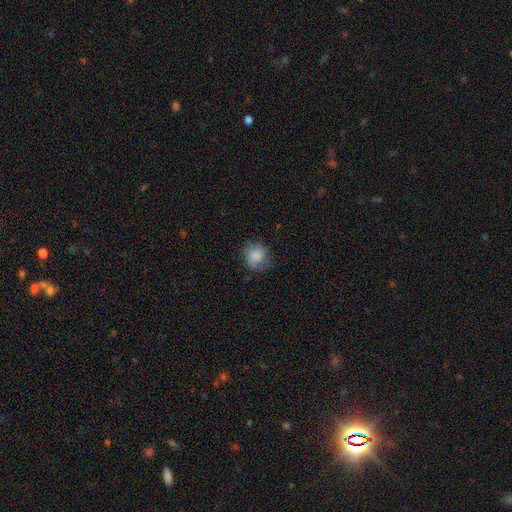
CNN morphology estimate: Smooth or featured? Predicted: smooth (p=0.81). How rounded? Predicted: round (p=0.79). Merging? Predicted: none (p=0.65).